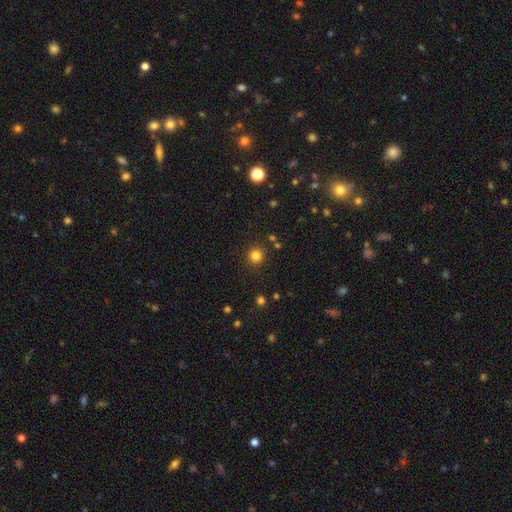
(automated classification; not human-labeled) Smooth or featured: smooth — 81% (star or artifact — 14%)
How rounded: round — 94% (in between — 5%)
Merging: none — 89% (minor disturbance — 6%)